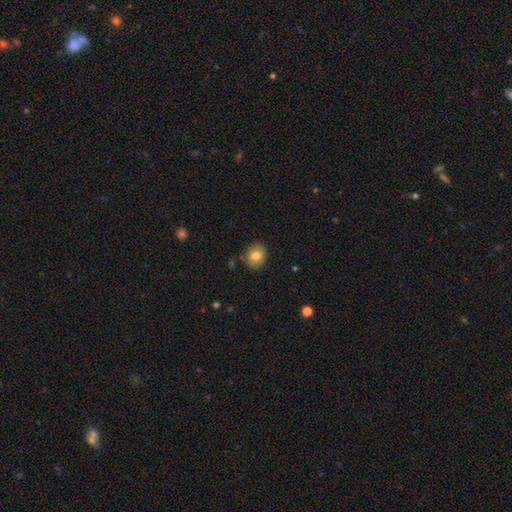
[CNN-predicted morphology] A smooth galaxy with no disk features (79%) that is round (62%).

Vote fractions:
- Smooth or featured? smooth: 79% / featured or disk: 12% / star or artifact: 9%
- How rounded? round: 62% / in between: 37% / cigar-shaped: 1%
- Merging? none: 86% / minor disturbance: 10% / major disturbance: 2% / merger: 2%